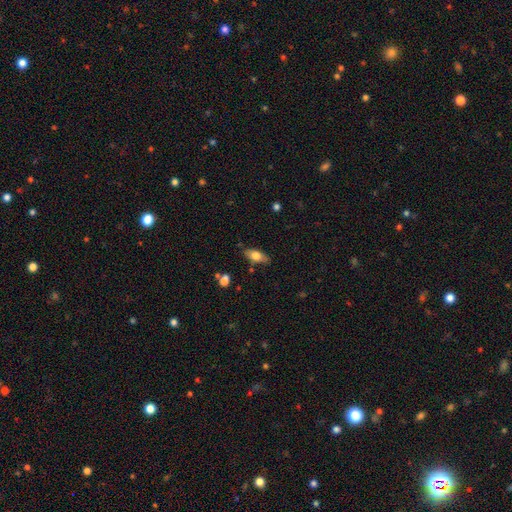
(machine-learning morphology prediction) This appears to be a smooth galaxy with no disk features (68%) that is in between round and cigar-shaped (80%). Merging: none (77%).